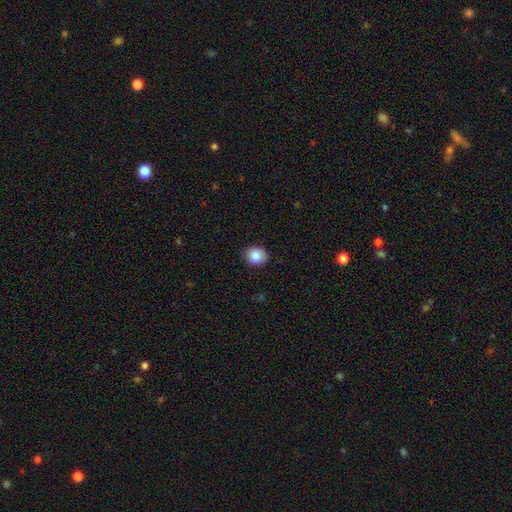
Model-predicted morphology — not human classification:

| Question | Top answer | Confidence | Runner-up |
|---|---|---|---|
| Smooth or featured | smooth | 85% | star or artifact (9%) |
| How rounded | round | 72% | in between (27%) |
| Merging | none | 88% | minor disturbance (9%) |